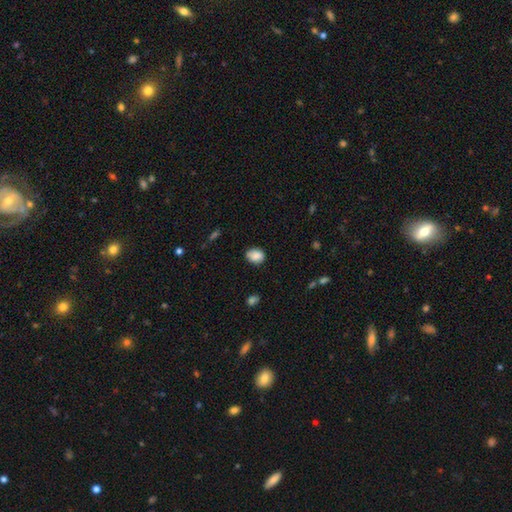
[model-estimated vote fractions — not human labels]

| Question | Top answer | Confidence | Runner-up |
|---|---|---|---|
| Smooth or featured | smooth | 87% | star or artifact (8%) |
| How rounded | in between | 58% | round (41%) |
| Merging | none | 75% | minor disturbance (19%) |